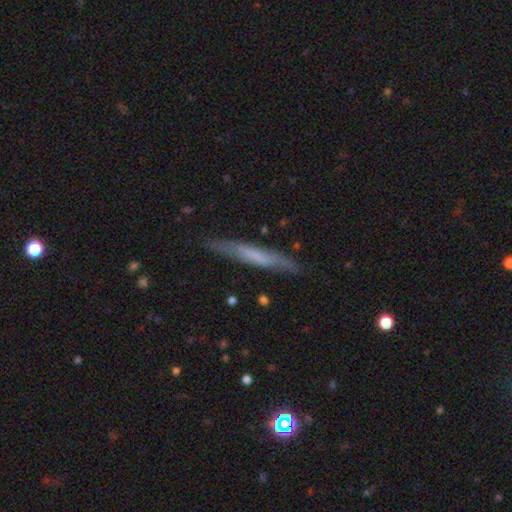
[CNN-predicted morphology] A smooth galaxy with no disk features (50%).

Vote fractions:
- Smooth or featured? smooth: 50% / featured or disk: 44% / star or artifact: 6%
- Merging? none: 81% / minor disturbance: 14% / major disturbance: 3% / merger: 2%